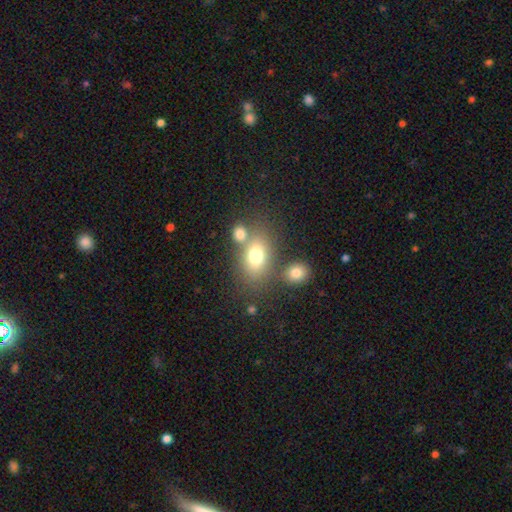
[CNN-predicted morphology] Smooth or featured? smooth (74%)
How rounded? in between (75%)
Merging? none (56%)